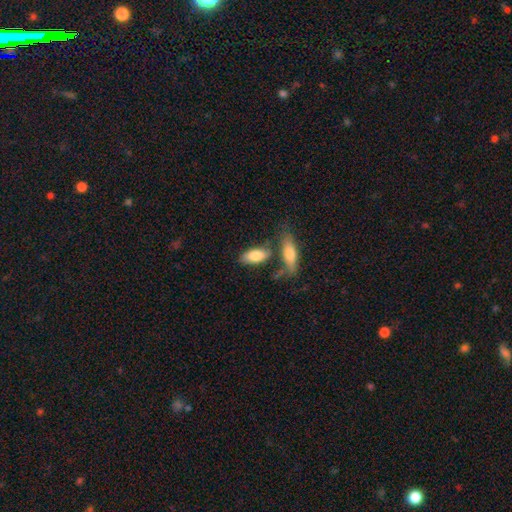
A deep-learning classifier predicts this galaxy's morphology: This appears to be a smooth galaxy with no disk features (82%) that is in between round and cigar-shaped (84%). Merging: none (60%).